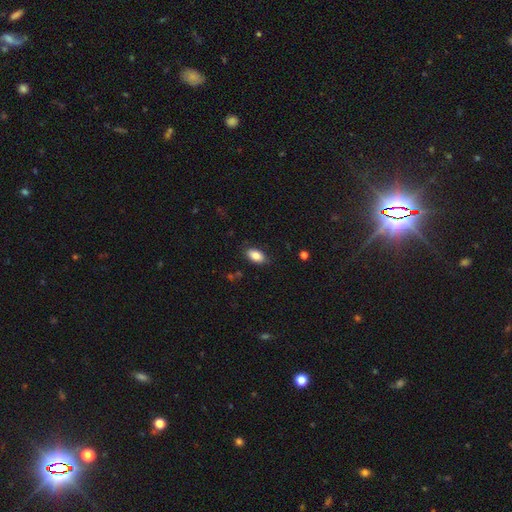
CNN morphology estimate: A smooth galaxy with no disk features (84%) that is in between round and cigar-shaped (92%). Merging: none (85%).